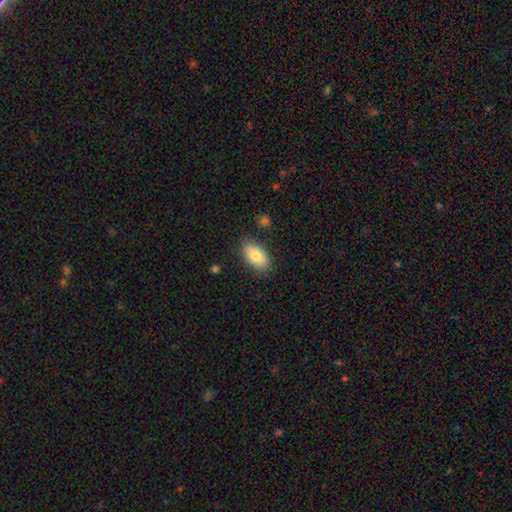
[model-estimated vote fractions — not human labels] smooth_or_featured: smooth (p=0.80) [alt: featured or disk p=0.13]
how_rounded: in between (p=0.93) [alt: round p=0.05]
merging: none (p=0.83) [alt: minor disturbance p=0.12]